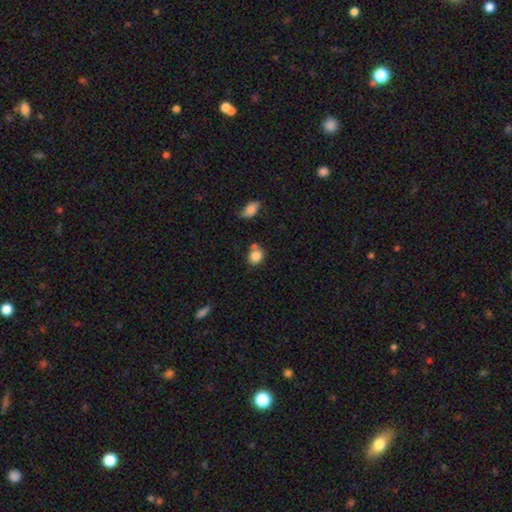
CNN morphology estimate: This appears to be a smooth galaxy with no disk features (83%) that is round (62%). Merging: none (55%).